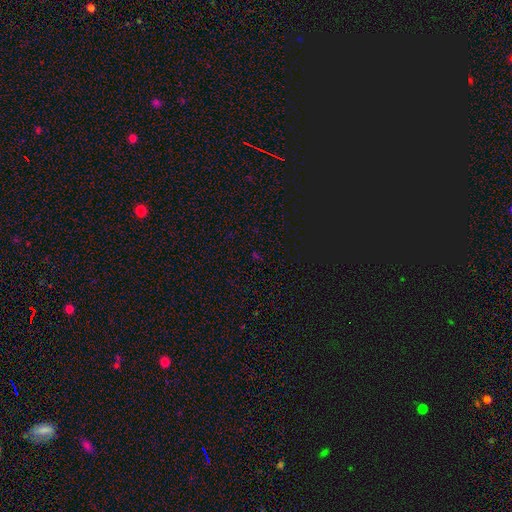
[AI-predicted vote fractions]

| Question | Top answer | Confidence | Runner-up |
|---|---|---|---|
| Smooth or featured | star or artifact | 70% | smooth (23%) |